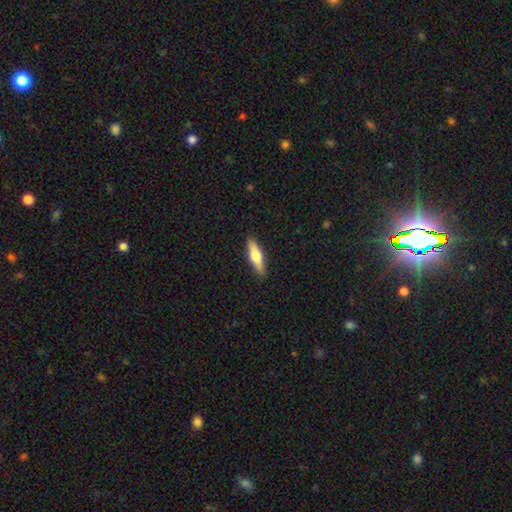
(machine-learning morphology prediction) A smooth galaxy with no disk features (56%) that is cigar-shaped (64%).

Vote fractions:
- Smooth or featured? smooth: 56% / featured or disk: 39% / star or artifact: 6%
- How rounded? cigar-shaped: 64% / in between: 34% / round: 2%
- Merging? none: 90% / minor disturbance: 8% / major disturbance: 2% / merger: 1%